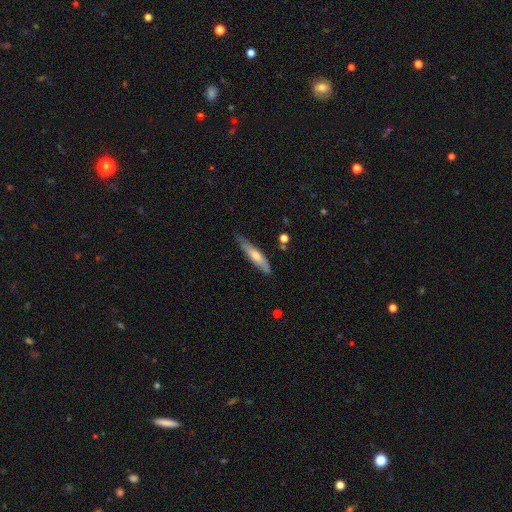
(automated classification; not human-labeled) Smooth or featured? Predicted: smooth (p=0.55). How rounded? Predicted: cigar-shaped (p=0.80). Merging? Predicted: none (p=0.66).